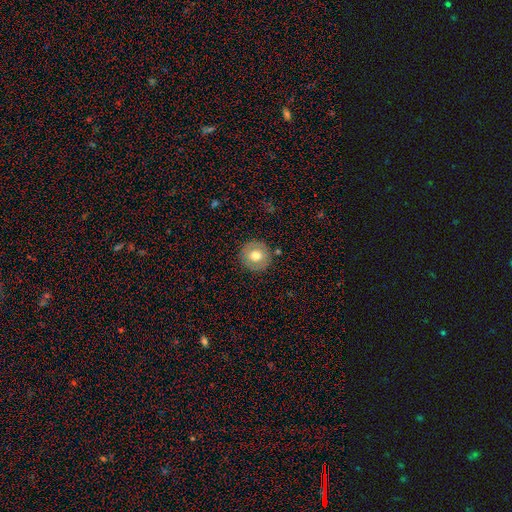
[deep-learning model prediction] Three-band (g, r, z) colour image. It shows a smooth galaxy with no disk features (68%) that is round (95%). Merging: none (89%).